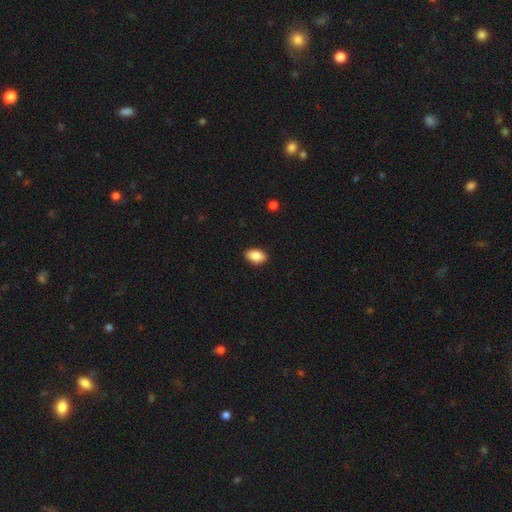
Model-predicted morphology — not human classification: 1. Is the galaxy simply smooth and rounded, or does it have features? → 86% smooth, 7% star or artifact, 7% featured or disk.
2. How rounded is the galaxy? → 90% in between, 8% round, 2% cigar-shaped.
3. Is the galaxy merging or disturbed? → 90% none, 8% minor disturbance, 2% major disturbance, 1% merger.